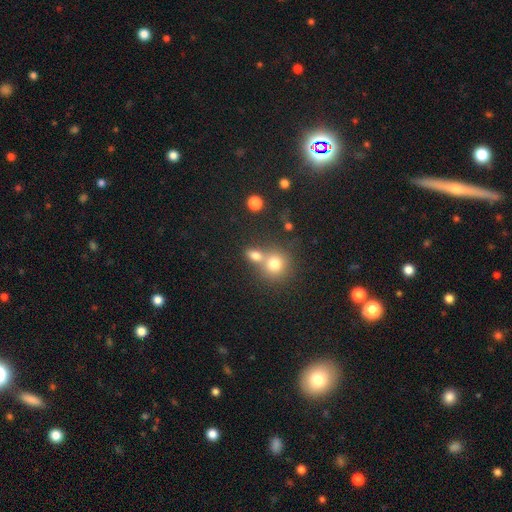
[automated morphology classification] A smooth galaxy with no disk features (76%) that is round (53%).

Vote fractions:
- Smooth or featured? smooth: 76% / star or artifact: 13% / featured or disk: 11%
- How rounded? round: 53% / in between: 45% / cigar-shaped: 2%
- Merging? merger: 46% / none: 42% / minor disturbance: 8% / major disturbance: 4%